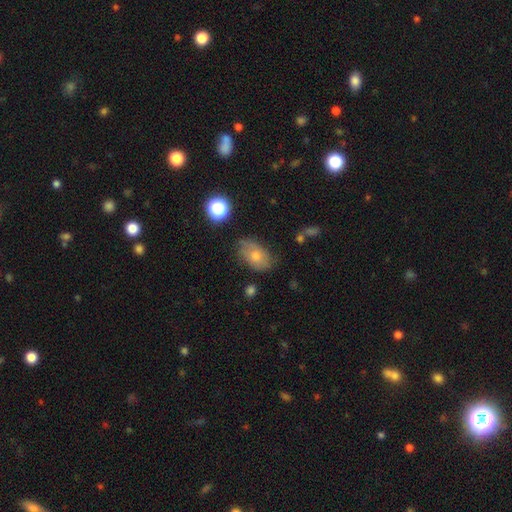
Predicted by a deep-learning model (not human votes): smooth_or_featured: smooth (p=0.60) [alt: featured or disk p=0.27]
how_rounded: in between (p=0.84) [alt: round p=0.14]
merging: none (p=0.68) [alt: minor disturbance p=0.24]